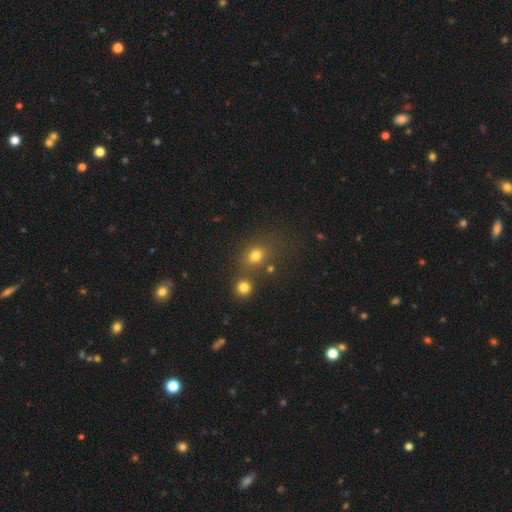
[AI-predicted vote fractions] This is likely a smooth galaxy (75%). How rounded: likely round (65%). Merging: likely none (61%).